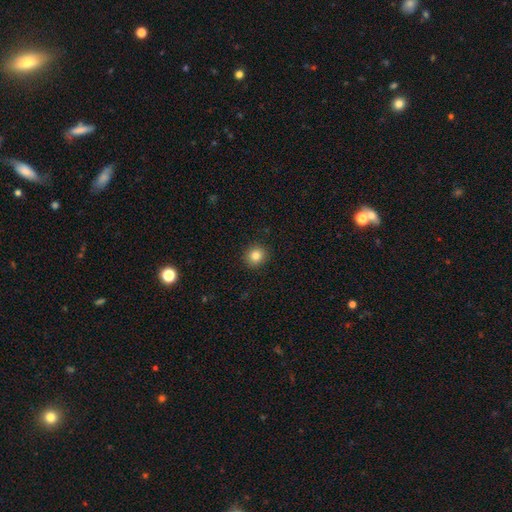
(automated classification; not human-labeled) Q: Smooth or featured?
A: smooth (83%); runner-up: star or artifact (11%)
Q: How rounded?
A: round (89%); runner-up: in between (11%)
Q: Merging?
A: none (92%); runner-up: minor disturbance (6%)